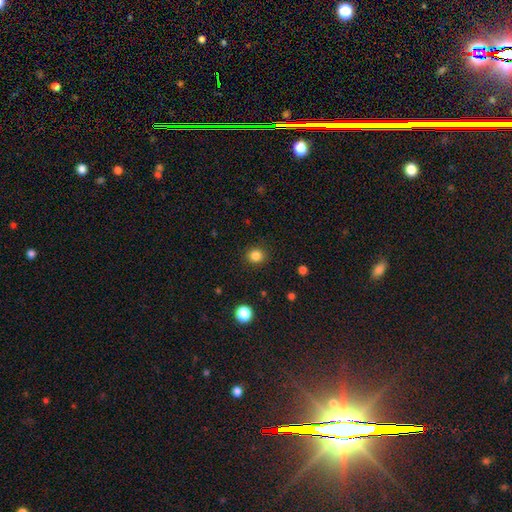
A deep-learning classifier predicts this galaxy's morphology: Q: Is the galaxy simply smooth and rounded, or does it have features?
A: smooth — 84%.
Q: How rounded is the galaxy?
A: round — 86%.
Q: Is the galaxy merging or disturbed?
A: none — 91%.